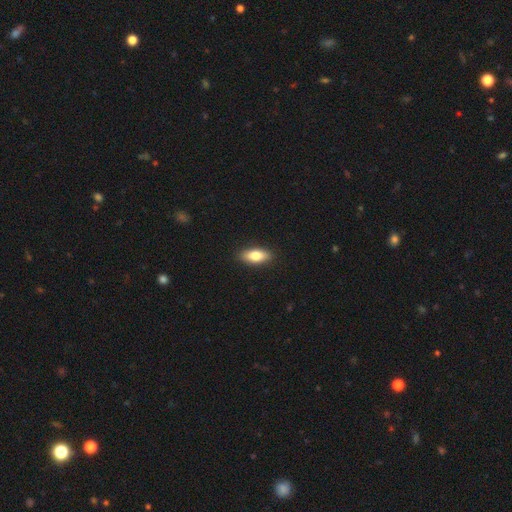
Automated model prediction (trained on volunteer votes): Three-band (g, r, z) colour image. It shows a smooth galaxy with no disk features (76%) that is in between round and cigar-shaped (76%). Merging: none (90%).